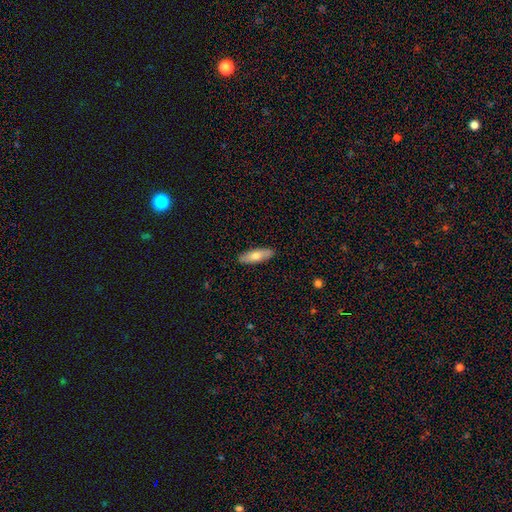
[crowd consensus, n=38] smooth 63%, featured or disk 34%, star or artifact 3%. Down the decision tree: how rounded — in between (58%); merging — none (92%).